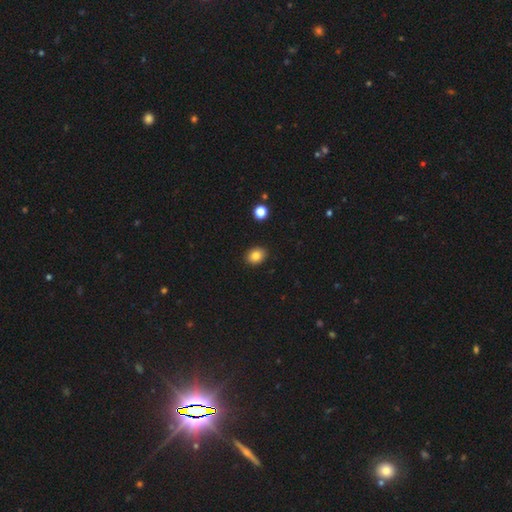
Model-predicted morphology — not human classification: A smooth galaxy with no disk features (85%) that is in between round and cigar-shaped (53%).

Vote fractions:
- Smooth or featured? smooth: 85% / star or artifact: 10% / featured or disk: 6%
- How rounded? in between: 53% / round: 46% / cigar-shaped: 1%
- Merging? none: 91% / minor disturbance: 6% / major disturbance: 2% / merger: 1%